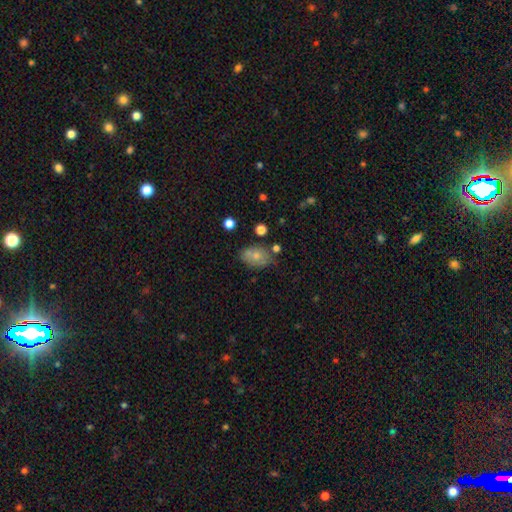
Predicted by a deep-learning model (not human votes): A smooth galaxy with no disk features (70%) that is in between round and cigar-shaped (78%). Merging: none (63%).